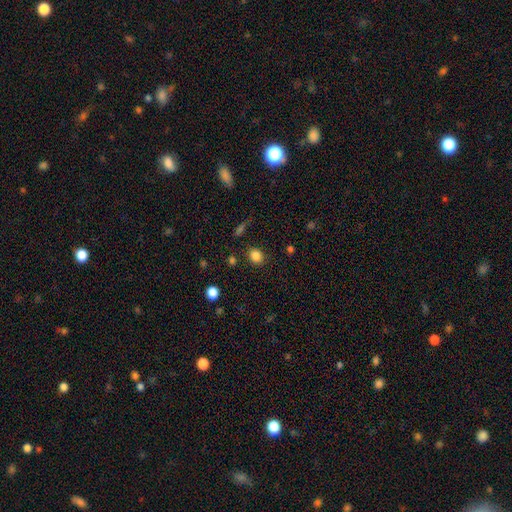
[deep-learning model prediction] A smooth galaxy with no disk features (84%) that is round (64%). Merging: none (86%).